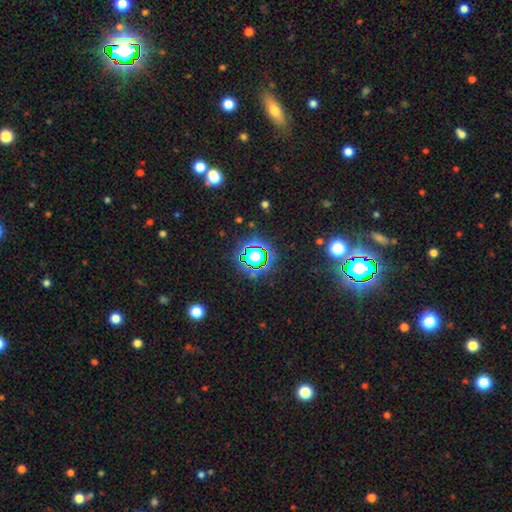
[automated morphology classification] smooth-or-featured: star or artifact: 64% | smooth: 25% | featured or disk: 11%